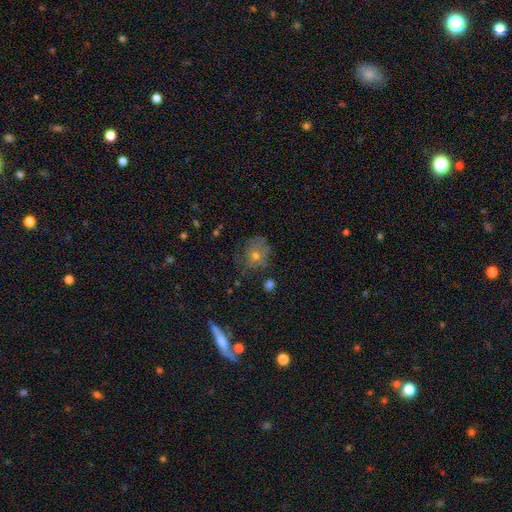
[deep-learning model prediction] Morphology: type=smooth (53%); roundness=round (71%); merging=none (61%).